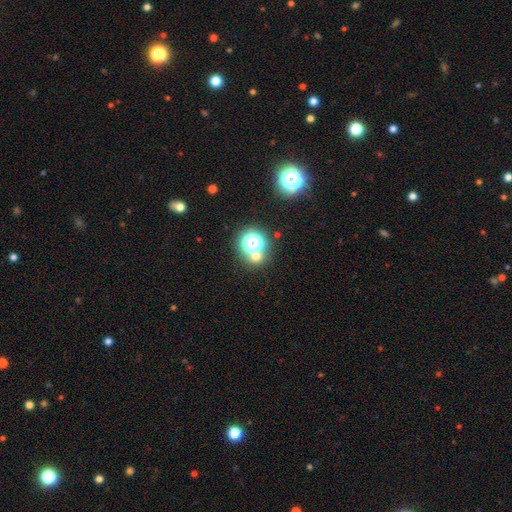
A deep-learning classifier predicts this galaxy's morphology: This is possibly a smooth galaxy (52%). How rounded: clearly round (86%). Merging: likely none (63%).